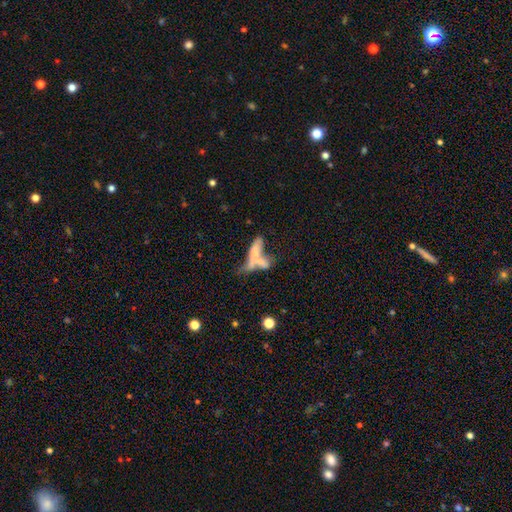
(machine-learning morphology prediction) Smooth or featured? smooth (54%)
How rounded? cigar-shaped (56%)
Merging? merger (57%)